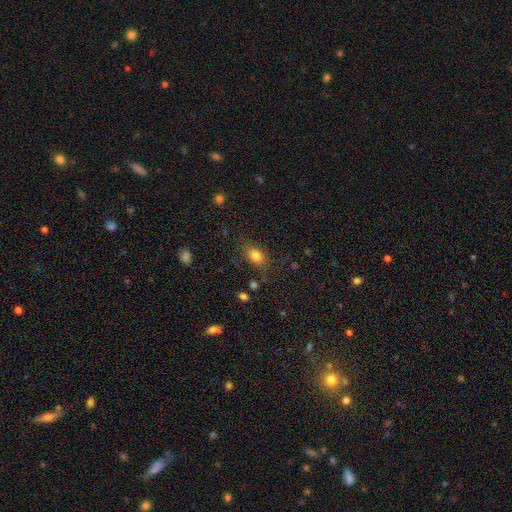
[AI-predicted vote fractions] This appears to be a smooth galaxy with no disk features (81%) that is in between round and cigar-shaped (79%). Merging: none (78%).